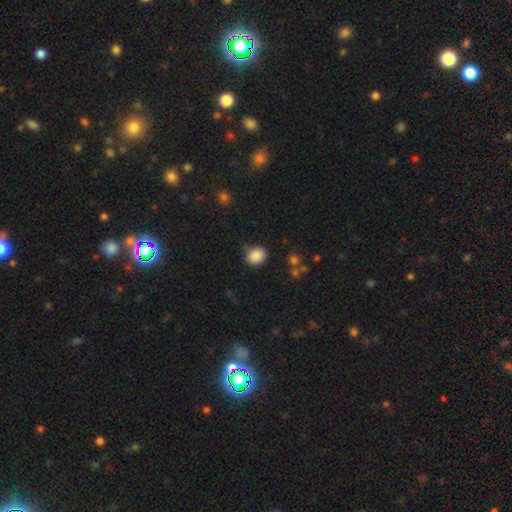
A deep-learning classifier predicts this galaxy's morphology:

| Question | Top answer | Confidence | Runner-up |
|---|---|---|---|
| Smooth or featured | smooth | 87% | star or artifact (9%) |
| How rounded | round | 60% | in between (39%) |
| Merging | none | 83% | minor disturbance (12%) |